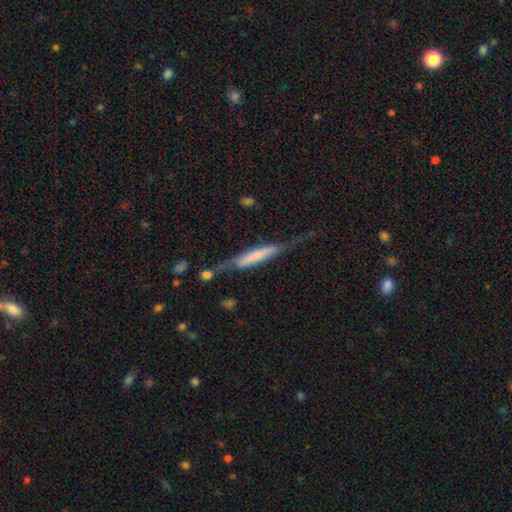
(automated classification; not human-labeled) Q: Smooth or featured?
A: featured or disk (53%); runner-up: smooth (41%)
Q: Edge-on disk?
A: yes (79%); runner-up: no (21%)
Q: Merging?
A: none (51%); runner-up: minor disturbance (25%)